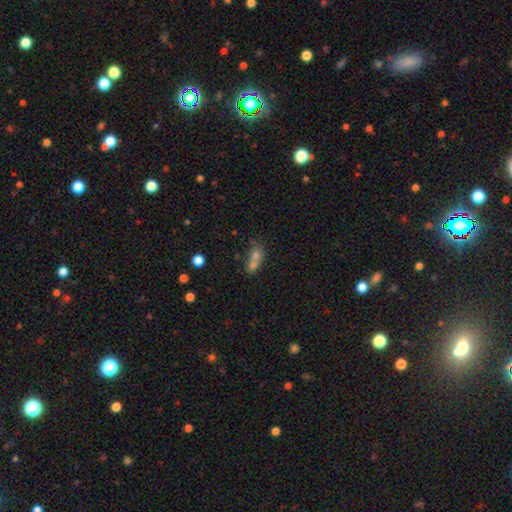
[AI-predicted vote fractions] Overall: smooth (64%). How rounded: in between (62%; round 26%). Merging: merger (51%; none 30%).